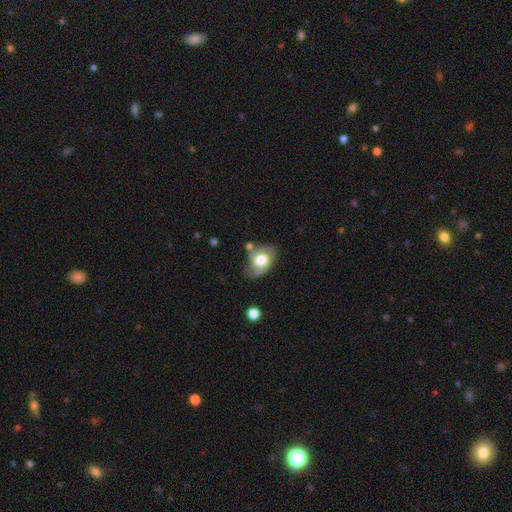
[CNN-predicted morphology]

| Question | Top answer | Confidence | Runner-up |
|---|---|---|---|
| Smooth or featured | smooth | 61% | featured or disk (30%) |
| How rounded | in between | 62% | round (37%) |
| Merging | none | 49% | minor disturbance (30%) |